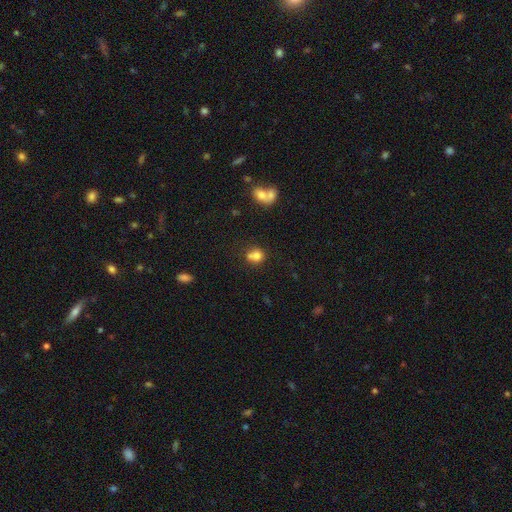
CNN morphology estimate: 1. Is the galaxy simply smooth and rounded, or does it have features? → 75% smooth, 13% featured or disk, 12% star or artifact.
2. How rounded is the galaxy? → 73% round, 25% in between, 1% cigar-shaped.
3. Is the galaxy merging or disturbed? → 48% merger, 37% none, 10% minor disturbance, 5% major disturbance.